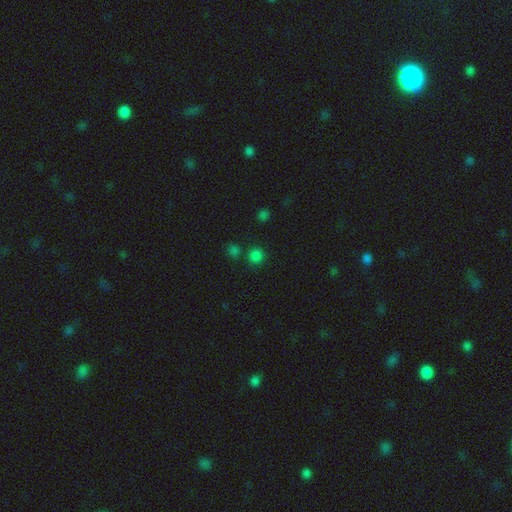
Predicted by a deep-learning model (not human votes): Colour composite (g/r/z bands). It shows a smooth galaxy with no disk features (77%) that is round (91%). Merging: none (77%).